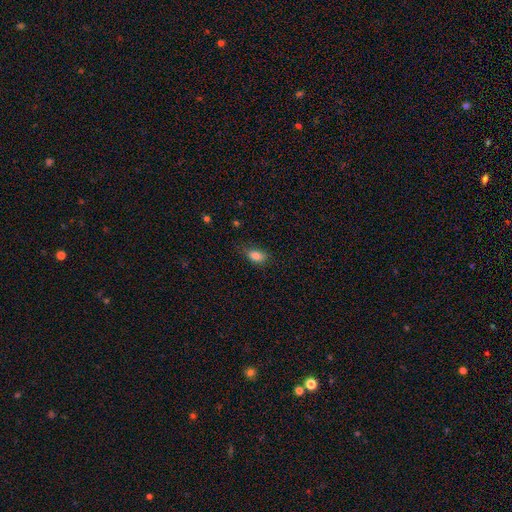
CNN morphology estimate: Q: Smooth or featured?
A: smooth (84%); runner-up: star or artifact (10%)
Q: How rounded?
A: in between (83%); runner-up: round (13%)
Q: Merging?
A: none (72%); runner-up: minor disturbance (21%)